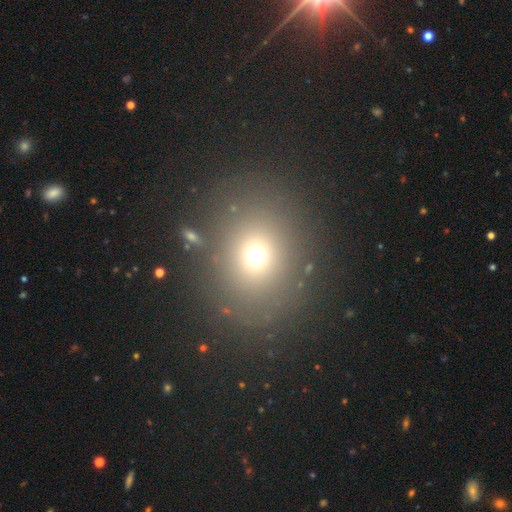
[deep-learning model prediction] Q: Smooth or featured?
A: smooth (67%); runner-up: star or artifact (21%)
Q: How rounded?
A: round (69%); runner-up: in between (30%)
Q: Merging?
A: none (81%); runner-up: minor disturbance (9%)